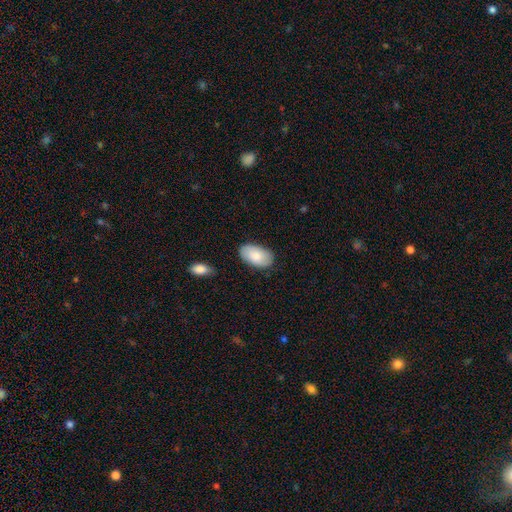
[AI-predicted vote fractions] Morphology: type=smooth (83%); roundness=in between (95%); merging=none (84%).